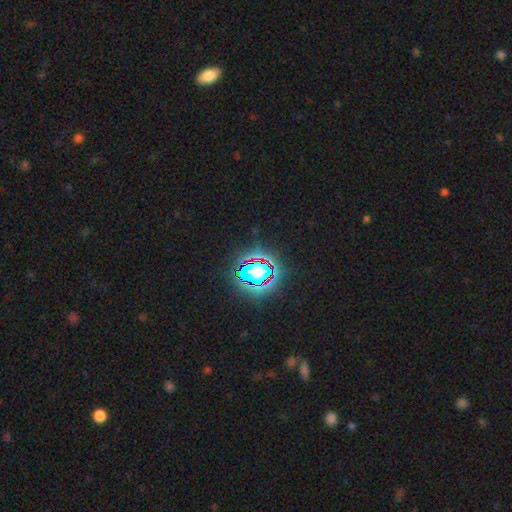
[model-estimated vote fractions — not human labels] This appears to be a star or artifact, not a galaxy (78%).